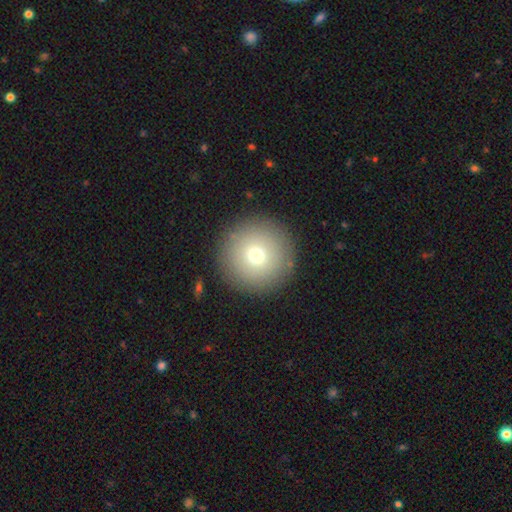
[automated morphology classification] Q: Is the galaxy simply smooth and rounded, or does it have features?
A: smooth — 74%.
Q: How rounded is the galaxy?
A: round — 97%.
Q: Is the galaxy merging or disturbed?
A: none — 91%.